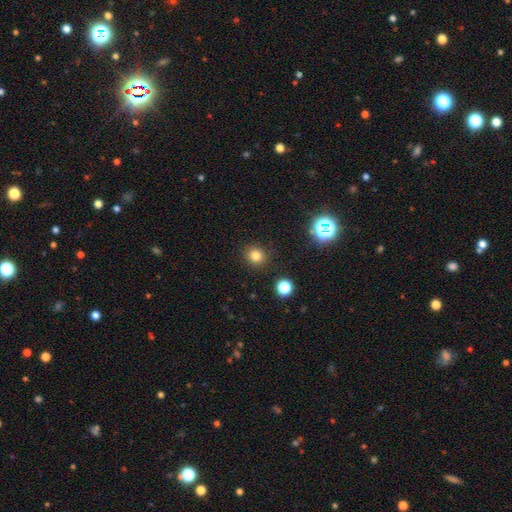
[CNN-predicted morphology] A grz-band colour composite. It shows a smooth galaxy with no disk features (79%) that is round (90%). Merging: none (89%).